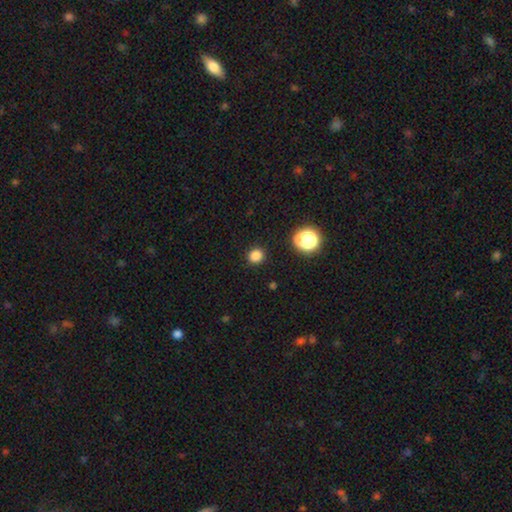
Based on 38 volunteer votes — A smooth galaxy with no disk features (95%) that is round (89%). Merging: none (92%).